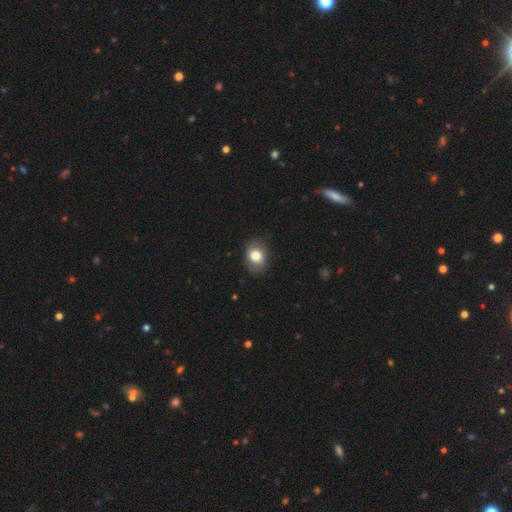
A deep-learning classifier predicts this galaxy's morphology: The model was most divided on "how rounded": in between: 64%, round: 35%, cigar-shaped: 1%. More confident: merging — none (80%); smooth or featured — smooth (75%).